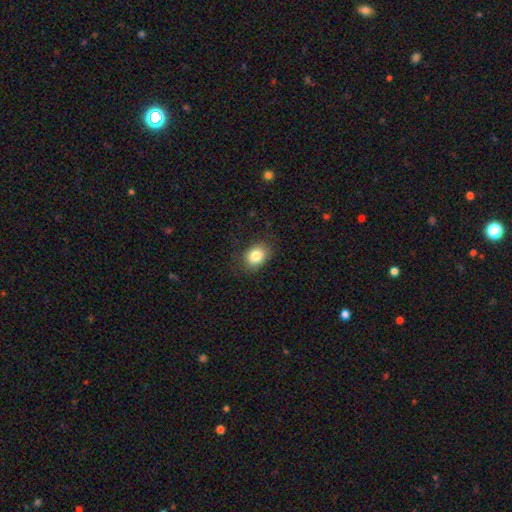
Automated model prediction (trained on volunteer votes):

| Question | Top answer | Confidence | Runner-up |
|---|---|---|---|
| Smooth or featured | smooth | 84% | star or artifact (9%) |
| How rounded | in between | 61% | round (39%) |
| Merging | none | 82% | minor disturbance (13%) |